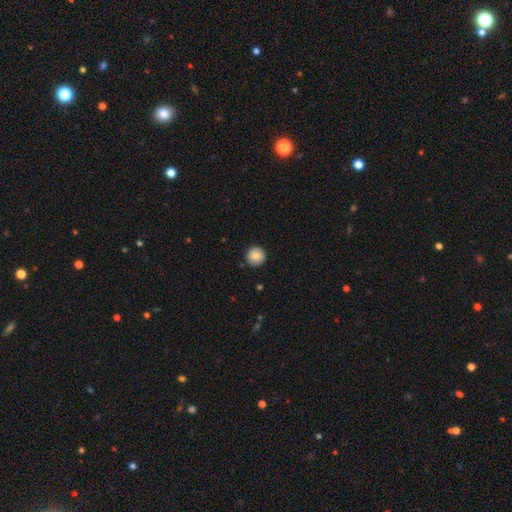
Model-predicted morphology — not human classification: Overall: smooth (85%). How rounded: round (96%). Merging: none (91%).